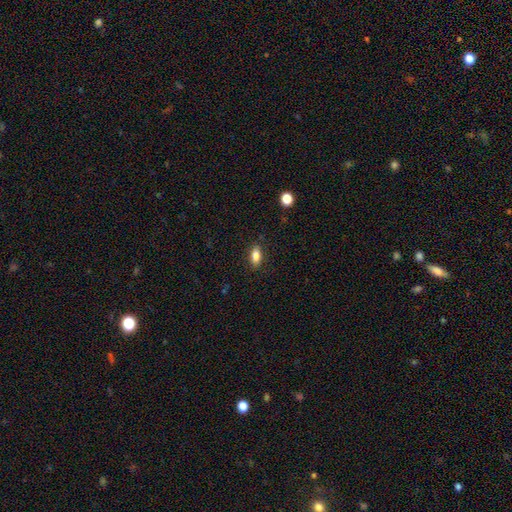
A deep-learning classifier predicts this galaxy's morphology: Smooth or featured: smooth — 81% (featured or disk — 10%)
How rounded: in between — 81% (cigar-shaped — 14%)
Merging: none — 86% (minor disturbance — 10%)